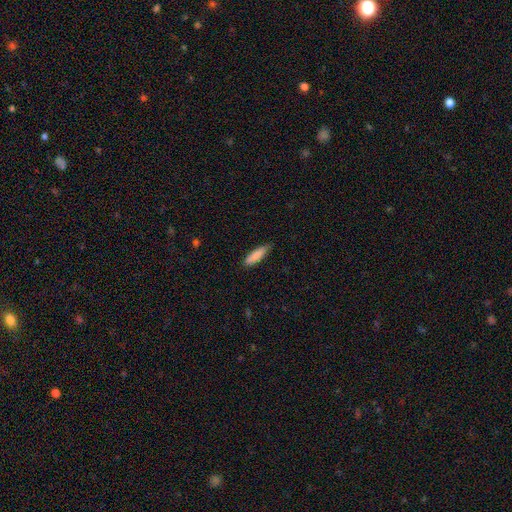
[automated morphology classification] Smooth or featured? Predicted: smooth (p=0.85). How rounded? Predicted: cigar-shaped (p=0.65). Merging? Predicted: none (p=0.79).